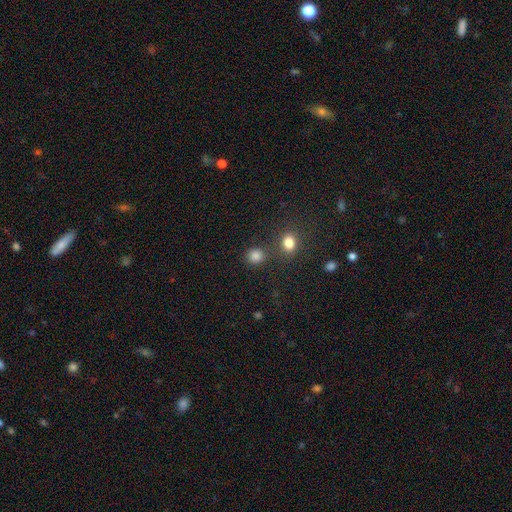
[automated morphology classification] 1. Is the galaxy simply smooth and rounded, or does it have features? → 83% smooth, 13% star or artifact, 4% featured or disk.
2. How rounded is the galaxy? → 82% round, 17% in between, 1% cigar-shaped.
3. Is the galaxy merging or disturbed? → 75% none, 13% merger, 9% minor disturbance, 4% major disturbance.